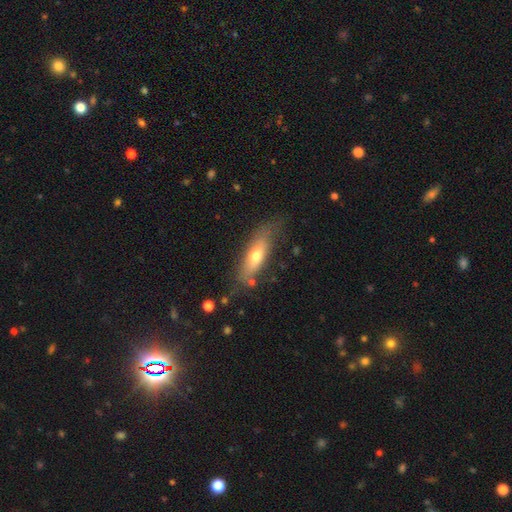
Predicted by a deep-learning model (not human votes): This is likely a smooth galaxy (61%). How rounded: possibly in between (57%). Merging: likely none (65%).